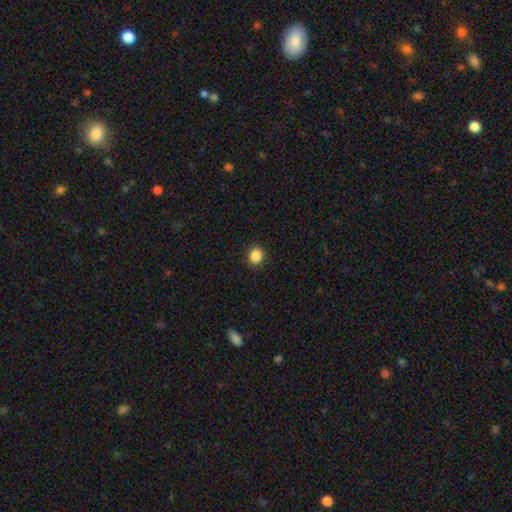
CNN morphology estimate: type=smooth (87%); roundness=round (77%); merging=none (91%).